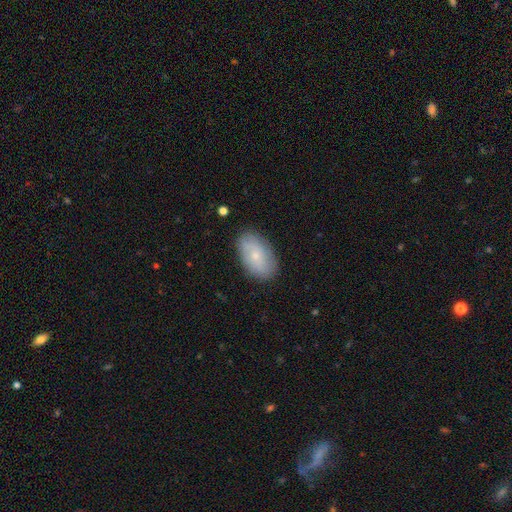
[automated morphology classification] A smooth galaxy with no disk features (63%) that is in between round and cigar-shaped (93%). Merging: none (84%).